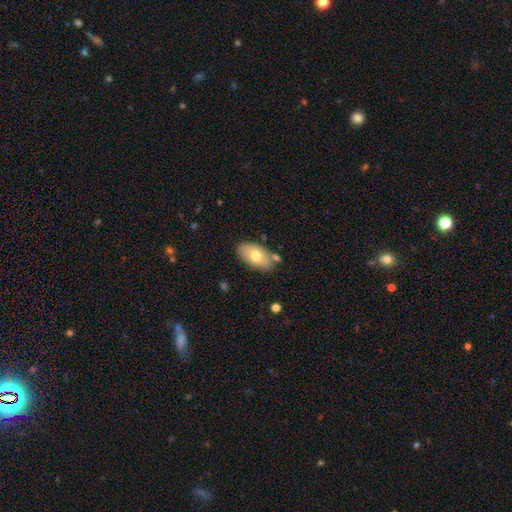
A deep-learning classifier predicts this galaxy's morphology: smooth_or_featured: smooth (p=0.71) [alt: featured or disk p=0.23]
how_rounded: in between (p=0.93) [alt: round p=0.05]
merging: none (p=0.76) [alt: minor disturbance p=0.14]